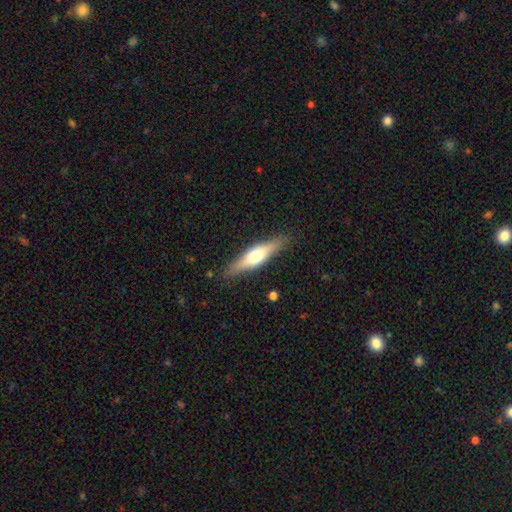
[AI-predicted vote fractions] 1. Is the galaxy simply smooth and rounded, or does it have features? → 51% featured or disk, 43% smooth, 6% star or artifact.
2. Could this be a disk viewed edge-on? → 90% yes, 10% no.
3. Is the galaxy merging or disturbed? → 86% none, 10% minor disturbance, 2% major disturbance, 1% merger.